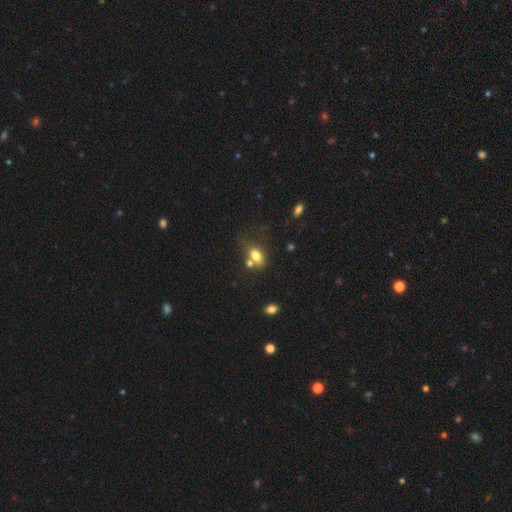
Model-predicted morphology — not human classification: This appears to be a smooth galaxy with no disk features (75%) that is in between round and cigar-shaped (76%). Merging: none (38%).